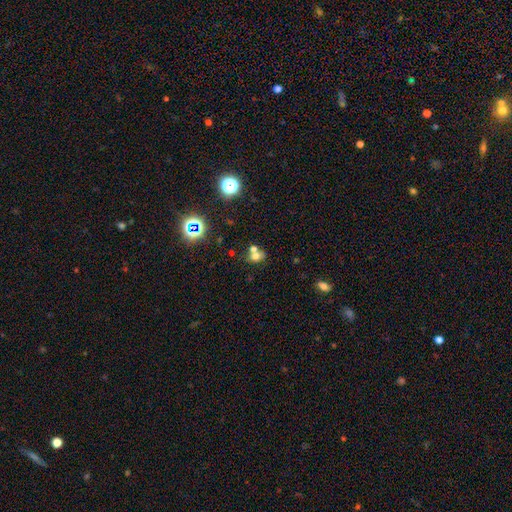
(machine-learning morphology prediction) A smooth galaxy with no disk features (63%) that is round (60%).

Vote fractions:
- Smooth or featured? smooth: 63% / star or artifact: 21% / featured or disk: 16%
- How rounded? round: 60% / in between: 38% / cigar-shaped: 1%
- Merging? merger: 47% / none: 40% / minor disturbance: 9% / major disturbance: 4%